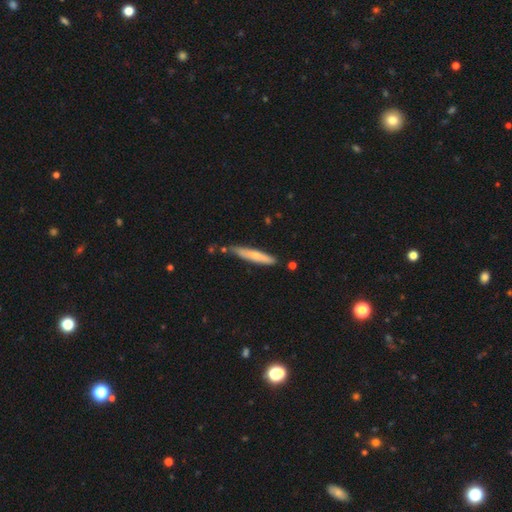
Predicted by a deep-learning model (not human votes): smooth 64%, featured or disk 30%, star or artifact 5%. Down the decision tree: how rounded — cigar-shaped (93%); merging — none (71%).